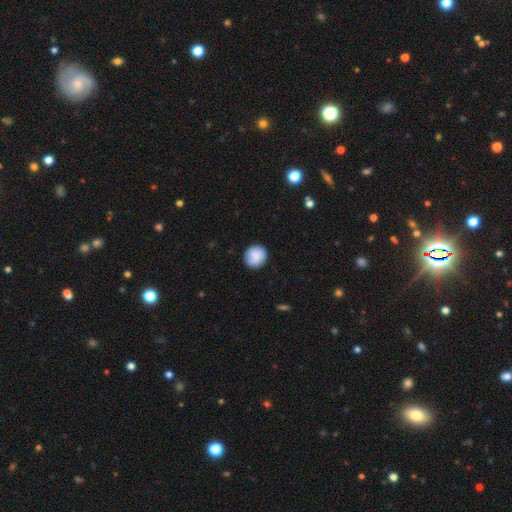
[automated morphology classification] smooth 85%, featured or disk 8%, star or artifact 7%. Down the decision tree: how rounded — round (90%); merging — none (87%).